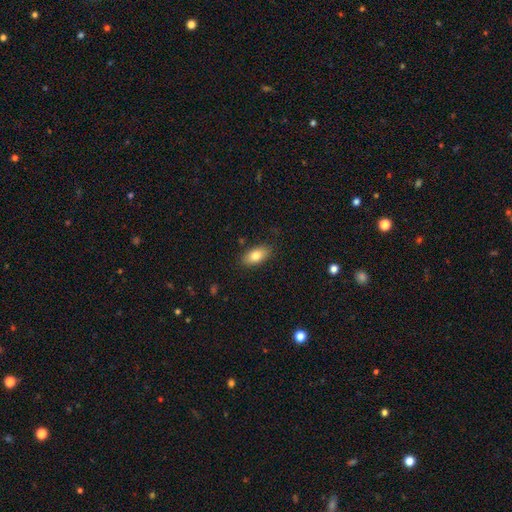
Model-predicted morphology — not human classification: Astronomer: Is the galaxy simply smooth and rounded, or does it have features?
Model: smooth — 80%.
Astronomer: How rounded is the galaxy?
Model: in between — 90%.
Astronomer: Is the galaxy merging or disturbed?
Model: none — 85%.